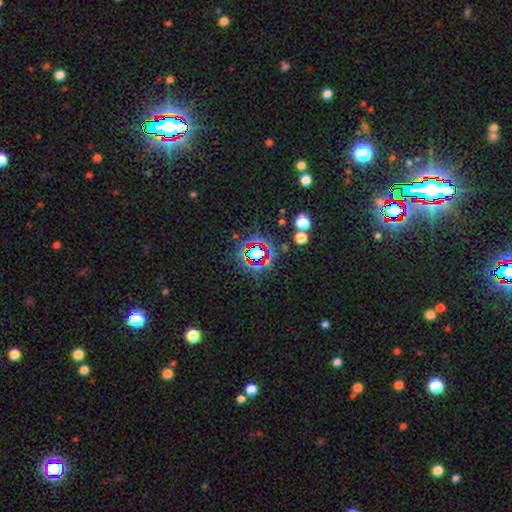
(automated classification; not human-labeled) This appears to be a star or artifact, not a galaxy (68%).